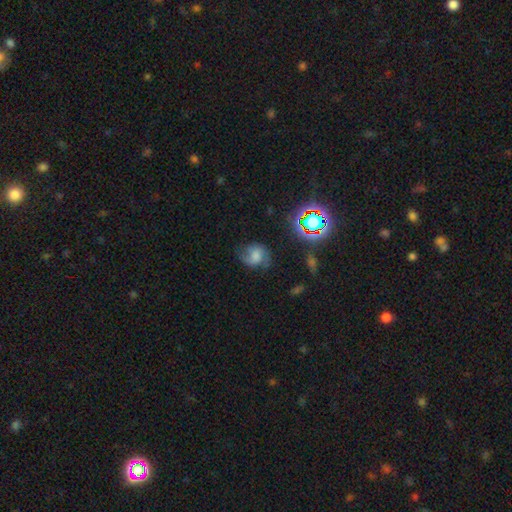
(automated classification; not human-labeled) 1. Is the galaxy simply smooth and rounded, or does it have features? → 47% featured or disk, 39% smooth, 14% star or artifact.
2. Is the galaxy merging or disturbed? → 58% none, 25% minor disturbance, 14% major disturbance, 2% merger.